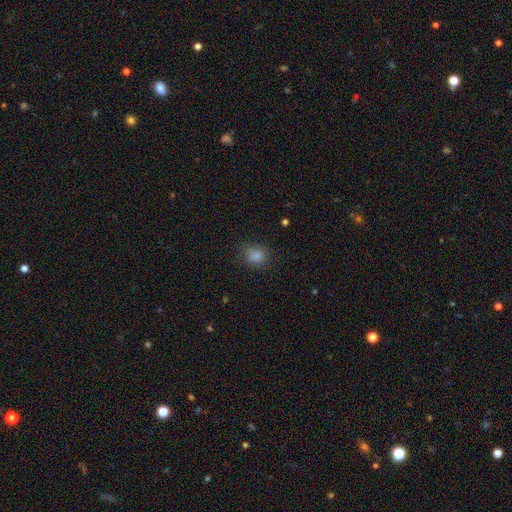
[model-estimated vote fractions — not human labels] This is clearly a smooth galaxy (84%). How rounded: likely round (61%). Merging: likely none (77%).